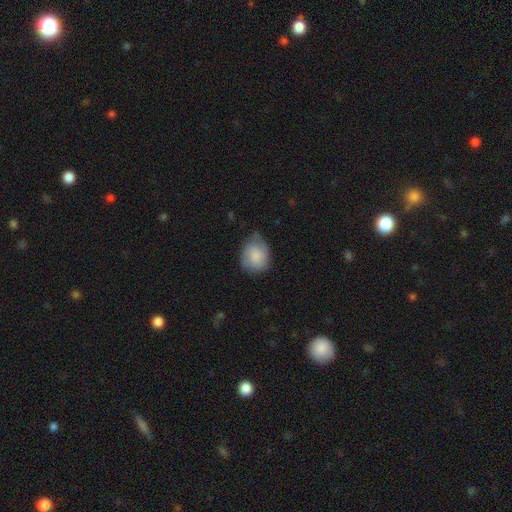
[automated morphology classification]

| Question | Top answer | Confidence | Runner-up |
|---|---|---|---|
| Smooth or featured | smooth | 71% | featured or disk (22%) |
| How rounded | round | 58% | in between (41%) |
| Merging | none | 58% | minor disturbance (32%) |